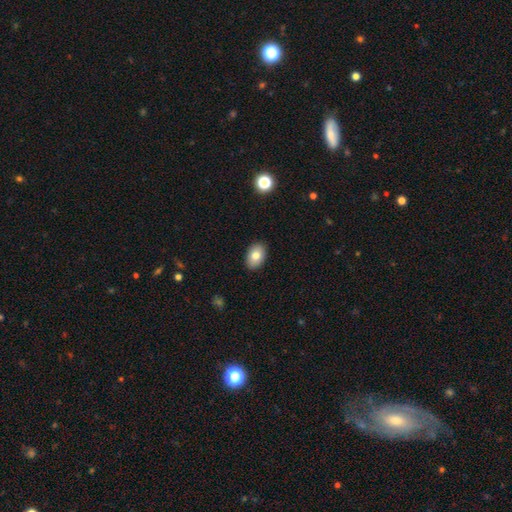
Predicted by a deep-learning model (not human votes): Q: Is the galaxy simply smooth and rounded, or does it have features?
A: smooth — 81%.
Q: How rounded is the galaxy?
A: in between — 86%.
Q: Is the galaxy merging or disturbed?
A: none — 89%.